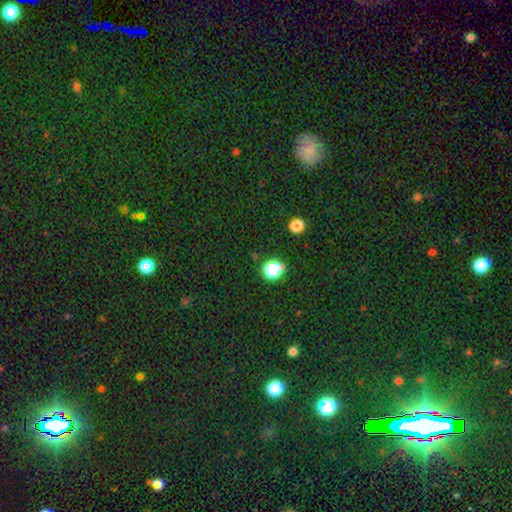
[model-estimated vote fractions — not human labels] Q: Smooth or featured?
A: star or artifact (66%); runner-up: smooth (25%)